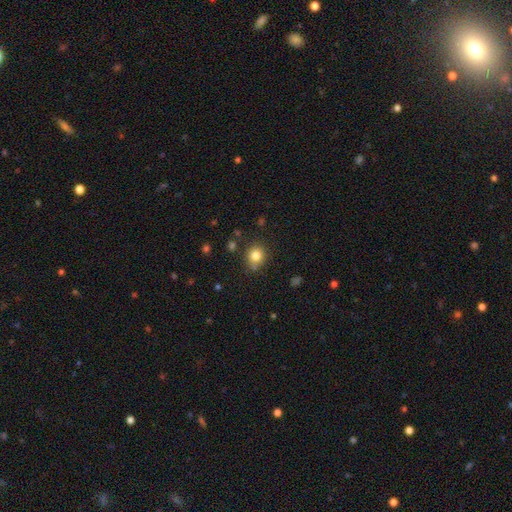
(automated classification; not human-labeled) A smooth galaxy with no disk features (82%) that is round (82%).

Vote fractions:
- Smooth or featured? smooth: 82% / star or artifact: 12% / featured or disk: 7%
- How rounded? round: 82% / in between: 17% / cigar-shaped: 1%
- Merging? none: 79% / minor disturbance: 13% / merger: 5% / major disturbance: 3%